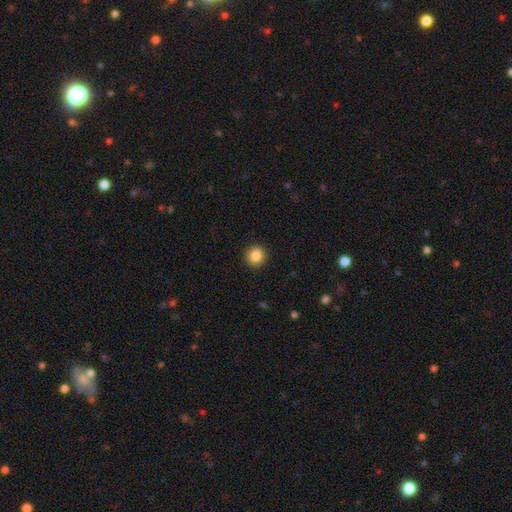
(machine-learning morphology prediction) smooth-or-featured: smooth: 86% | star or artifact: 9% | featured or disk: 5%
  how-rounded: round: 92% | in between: 7% | cigar-shaped: 1%
  merging: none: 92% | minor disturbance: 5% | major disturbance: 2% | merger: 1%